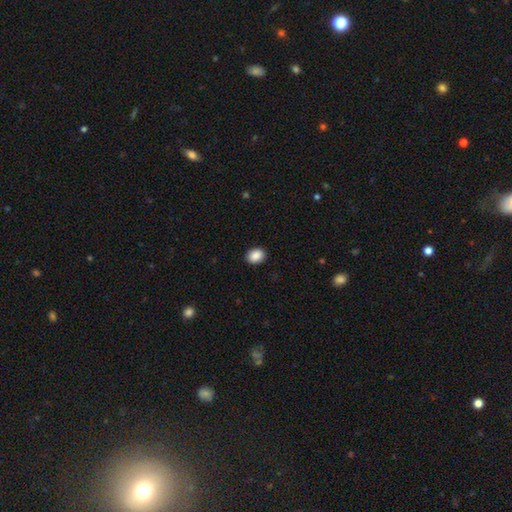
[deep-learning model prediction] Q: Smooth or featured?
A: smooth (90%); runner-up: star or artifact (8%)
Q: How rounded?
A: in between (65%); runner-up: round (34%)
Q: Merging?
A: none (91%); runner-up: minor disturbance (7%)